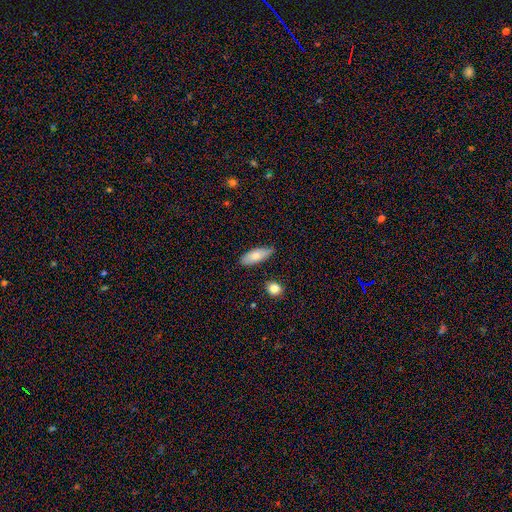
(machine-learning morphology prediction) type=smooth (73%); roundness=in between (79%); merging=none (78%).